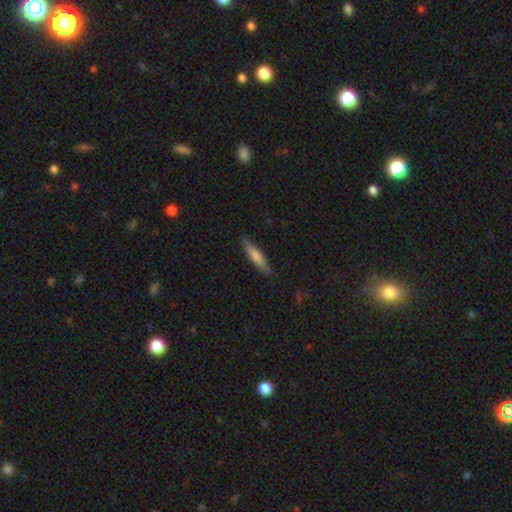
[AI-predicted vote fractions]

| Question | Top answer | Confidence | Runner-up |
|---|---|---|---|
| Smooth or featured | smooth | 67% | featured or disk (26%) |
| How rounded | cigar-shaped | 88% | in between (11%) |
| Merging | none | 89% | minor disturbance (8%) |